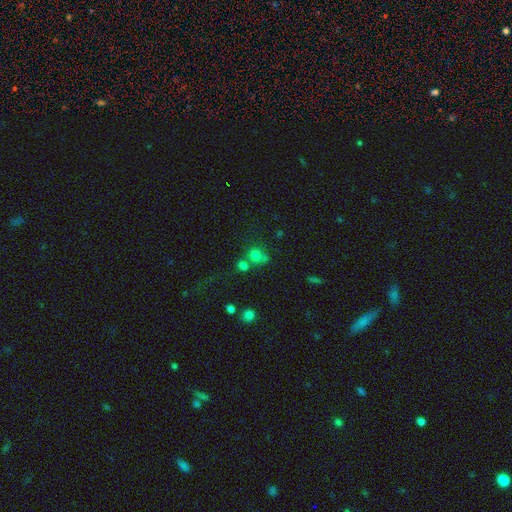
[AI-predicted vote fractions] Overall: smooth (72%). How rounded: round (77%). Merging: none (47%; merger 37%).